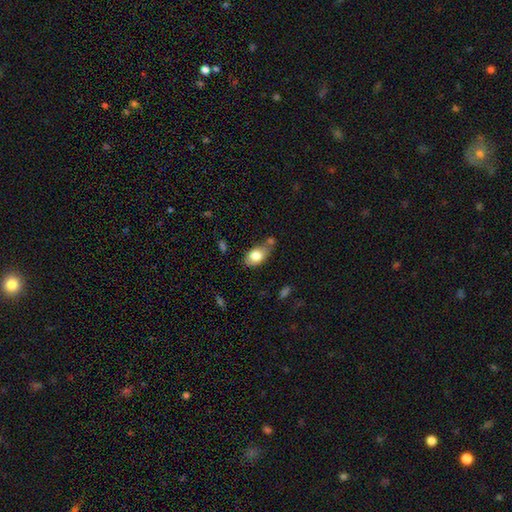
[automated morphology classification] Smooth or featured? smooth (79%)
How rounded? in between (86%)
Merging? none (59%)